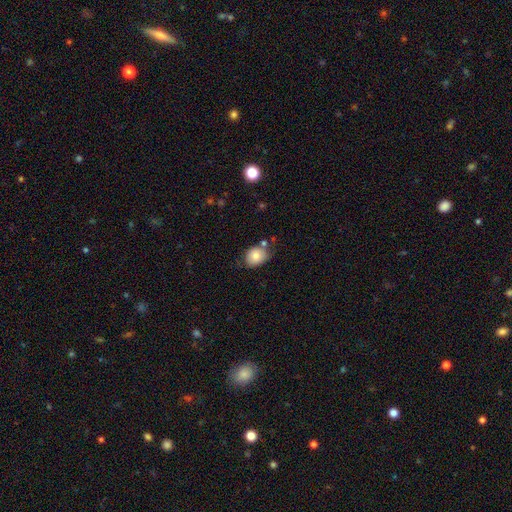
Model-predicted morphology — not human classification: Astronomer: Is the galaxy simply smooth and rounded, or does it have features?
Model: smooth — 80%.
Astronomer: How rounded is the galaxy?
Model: in between — 53% (runner-up: round, 46%).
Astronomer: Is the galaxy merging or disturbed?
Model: none — 60%.